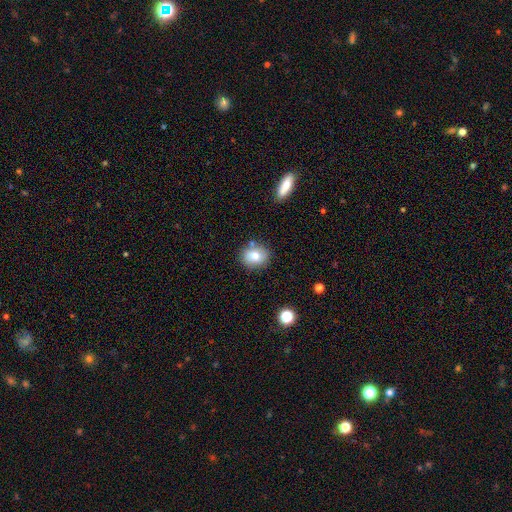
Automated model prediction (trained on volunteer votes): Overall: smooth (78%). How rounded: round (62%; in between 37%). Merging: none (78%).